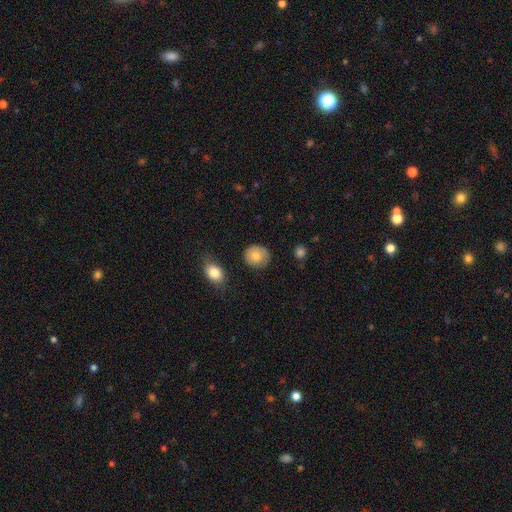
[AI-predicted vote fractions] This appears to be a smooth galaxy with no disk features (78%) that is round (81%). Merging: none (77%).